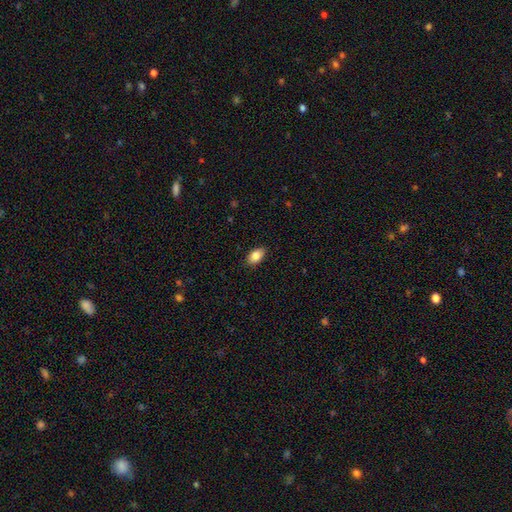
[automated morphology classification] type=smooth (85%); roundness=in between (91%); merging=none (88%).